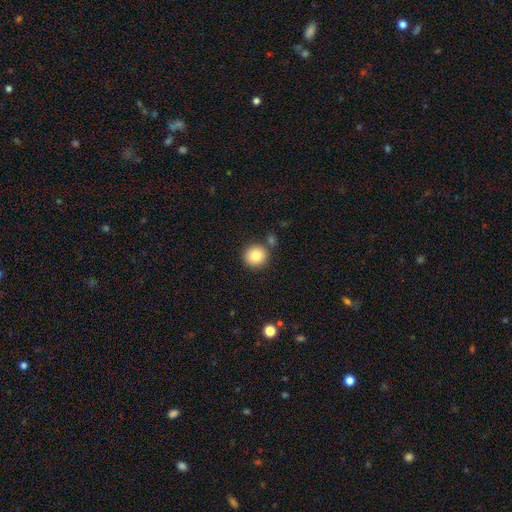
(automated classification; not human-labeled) smooth-or-featured: smooth: 85% | star or artifact: 9% | featured or disk: 7%
  how-rounded: round: 92% | in between: 7% | cigar-shaped: 1%
  merging: none: 79% | merger: 9% | minor disturbance: 9% | major disturbance: 3%